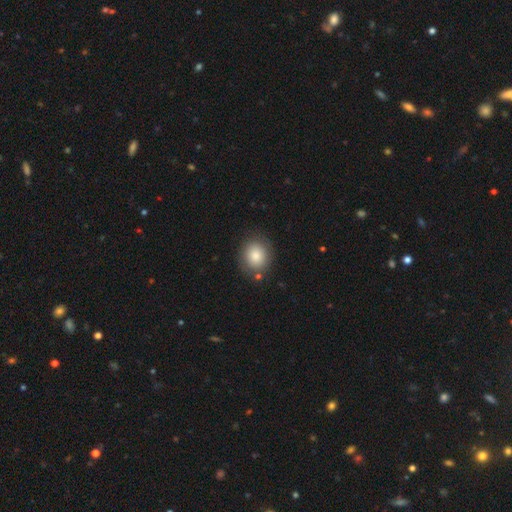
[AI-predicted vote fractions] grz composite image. It shows a smooth galaxy with no disk features (84%) that is round (71%). Merging: none (83%).